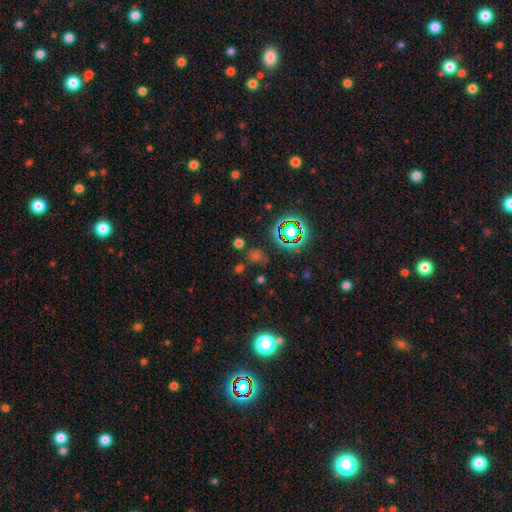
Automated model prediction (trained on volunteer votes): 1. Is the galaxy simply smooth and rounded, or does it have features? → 51% star or artifact, 39% smooth, 10% featured or disk.